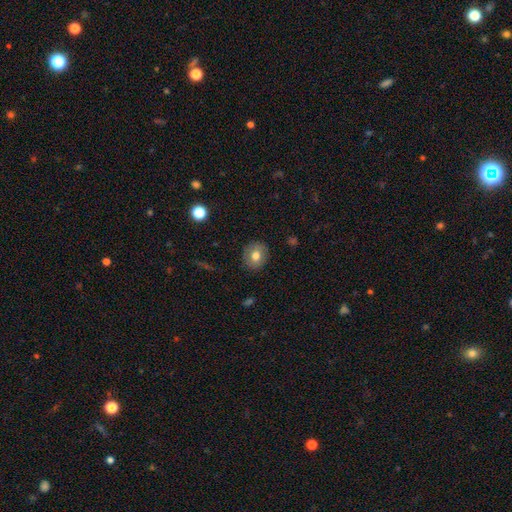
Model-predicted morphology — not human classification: Smooth or featured? Predicted: smooth (p=0.74). How rounded? Predicted: round (p=0.77). Merging? Predicted: none (p=0.88).